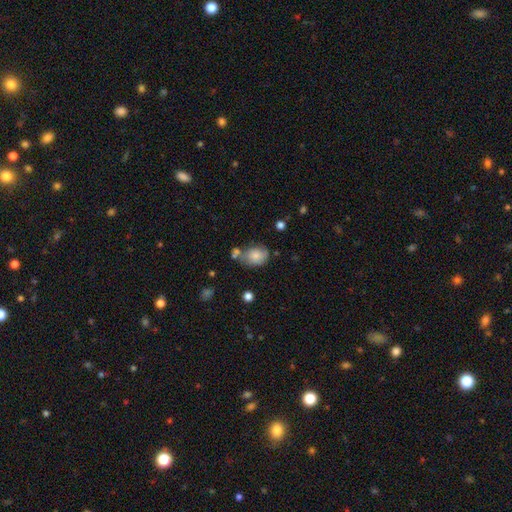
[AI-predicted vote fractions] Smooth or featured: smooth — 75% (featured or disk — 16%)
How rounded: in between — 61% (round — 38%)
Merging: none — 50% (minor disturbance — 24%)